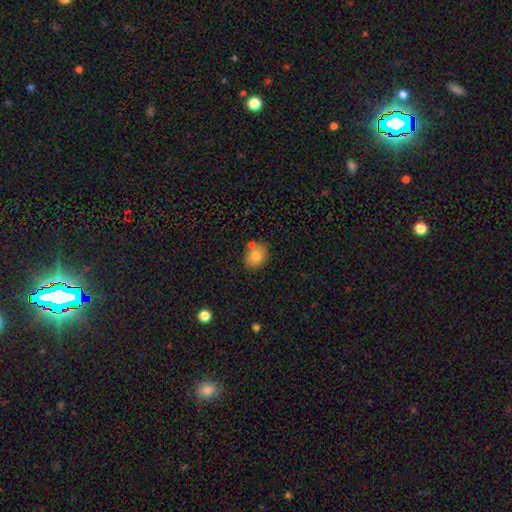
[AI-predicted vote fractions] smooth_or_featured: smooth (p=0.79) [alt: featured or disk p=0.12]
how_rounded: round (p=0.53) [alt: in between p=0.46]
merging: none (p=0.69) [alt: merger p=0.14]